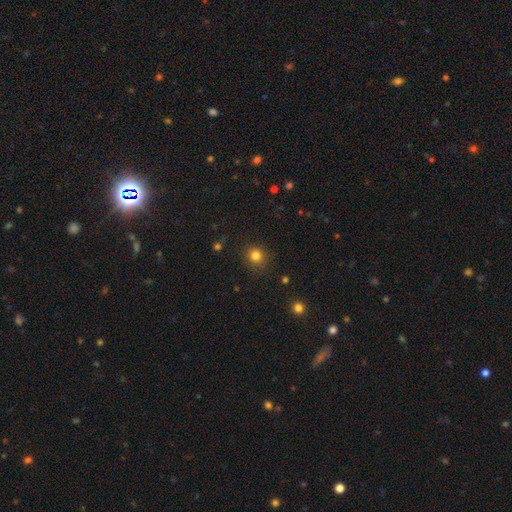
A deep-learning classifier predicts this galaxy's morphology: smooth-or-featured: smooth: 81% | star or artifact: 14% | featured or disk: 5%
  how-rounded: round: 90% | in between: 10% | cigar-shaped: 1%
  merging: none: 88% | minor disturbance: 8% | major disturbance: 3% | merger: 1%